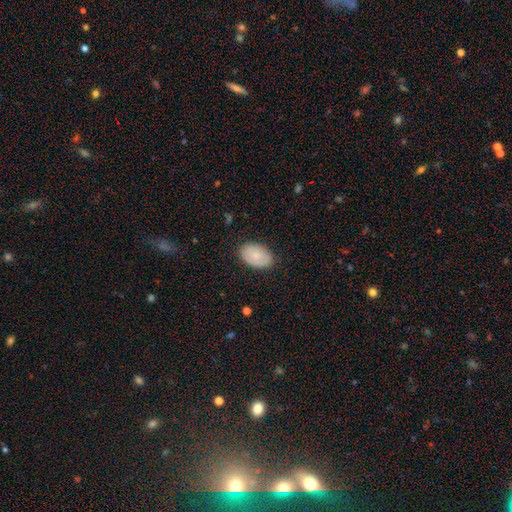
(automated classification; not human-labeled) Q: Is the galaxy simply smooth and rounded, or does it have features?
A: smooth — 78%.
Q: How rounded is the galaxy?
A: in between — 90%.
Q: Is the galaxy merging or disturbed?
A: none — 82%.